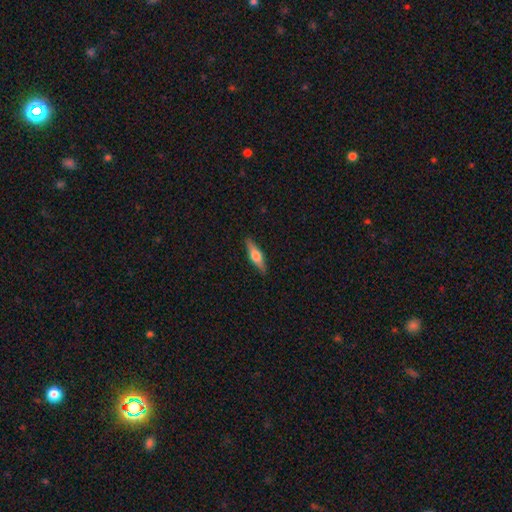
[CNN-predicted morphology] Smooth or featured? featured or disk (53%)
Edge-on disk? yes (95%)
Edge-on bulge? rounded (92%)
Merging? none (89%)